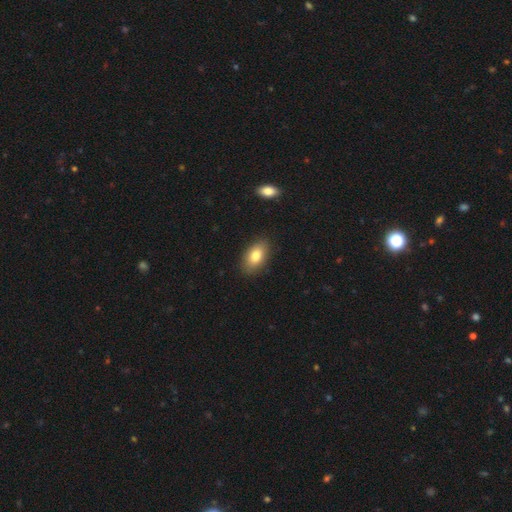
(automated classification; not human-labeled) Overall: smooth (82%). How rounded: in between (91%). Merging: none (87%).